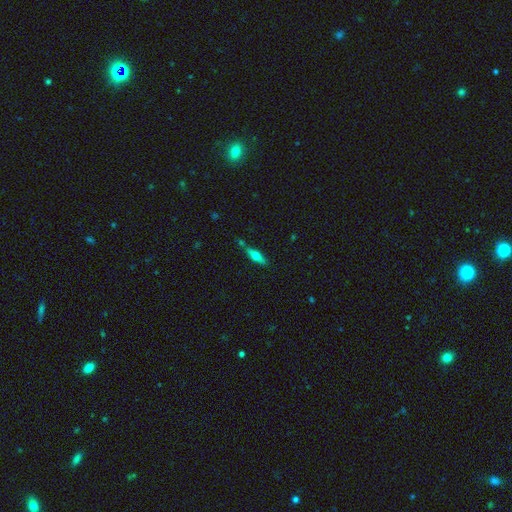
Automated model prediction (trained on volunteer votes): This appears to be a featured or disk galaxy (52%) viewed edge-on (90%). Merging: none (73%).